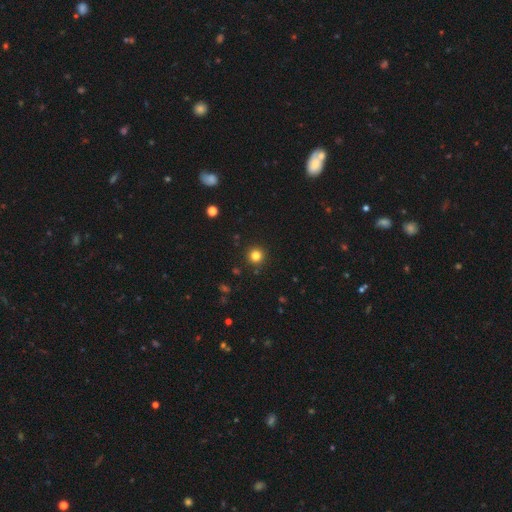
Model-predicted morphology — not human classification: A smooth galaxy with no disk features (81%) that is round (96%).

Vote fractions:
- Smooth or featured? smooth: 81% / star or artifact: 14% / featured or disk: 5%
- How rounded? round: 96% / in between: 4% / cigar-shaped: 1%
- Merging? none: 92% / minor disturbance: 5% / major disturbance: 2% / merger: 1%